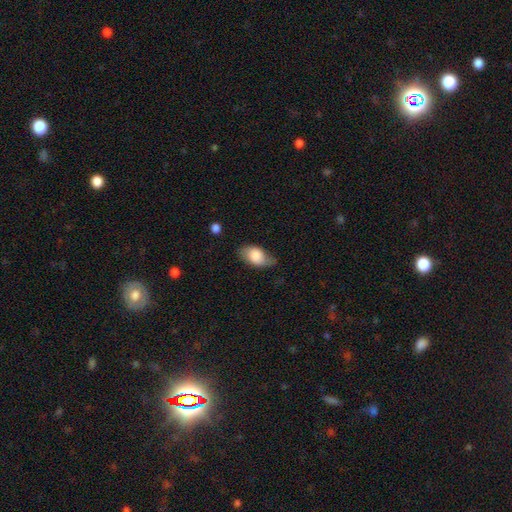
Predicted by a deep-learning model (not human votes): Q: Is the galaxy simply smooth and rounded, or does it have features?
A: smooth — 80%.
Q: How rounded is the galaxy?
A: in between — 91%.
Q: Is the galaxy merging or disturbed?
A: none — 53%.